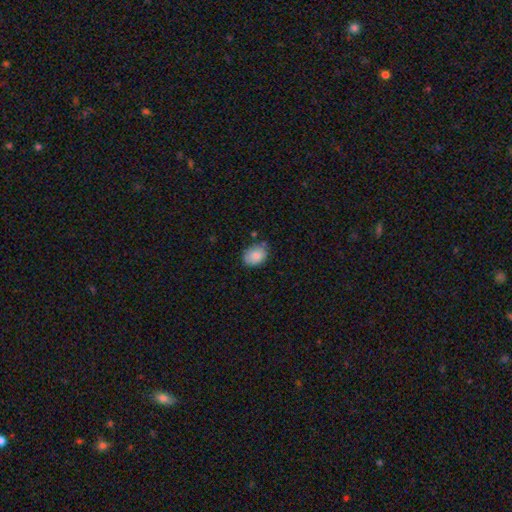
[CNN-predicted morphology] smooth_or_featured: smooth (p=0.86) [alt: star or artifact p=0.08]
how_rounded: in between (p=0.69) [alt: round p=0.30]
merging: none (p=0.71) [alt: minor disturbance p=0.21]